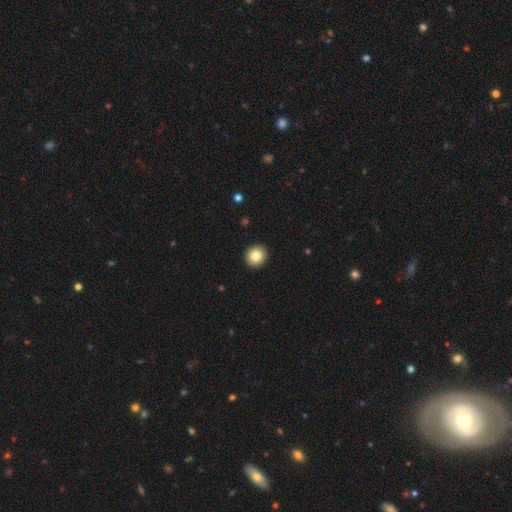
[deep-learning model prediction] smooth_or_featured: smooth (p=0.82) [alt: star or artifact p=0.09]
how_rounded: round (p=0.91) [alt: in between p=0.08]
merging: none (p=0.93) [alt: minor disturbance p=0.04]